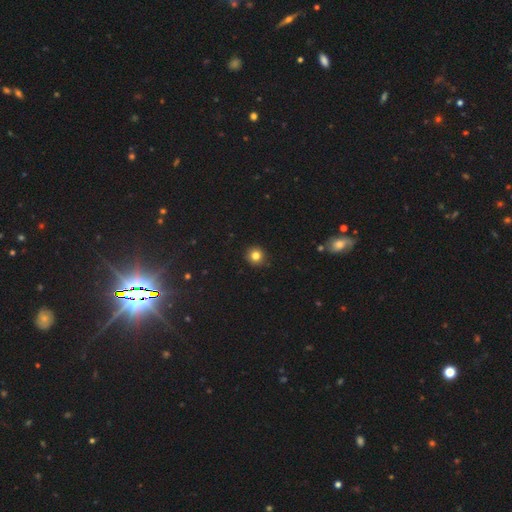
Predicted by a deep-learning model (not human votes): smooth-or-featured: smooth: 81% | star or artifact: 13% | featured or disk: 6%
  how-rounded: round: 93% | in between: 6% | cigar-shaped: 1%
  merging: none: 91% | minor disturbance: 7% | major disturbance: 2% | merger: 1%